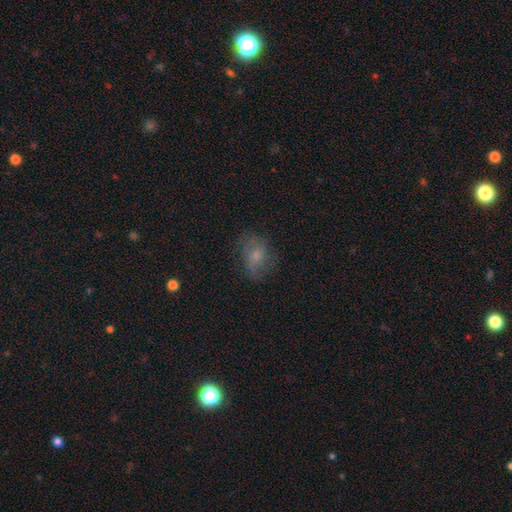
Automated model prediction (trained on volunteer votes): smooth-or-featured: smooth: 58% | featured or disk: 31% | star or artifact: 11%
  how-rounded: in between: 62% | round: 37% | cigar-shaped: 1%
  merging: none: 61% | minor disturbance: 23% | major disturbance: 15% | merger: 1%